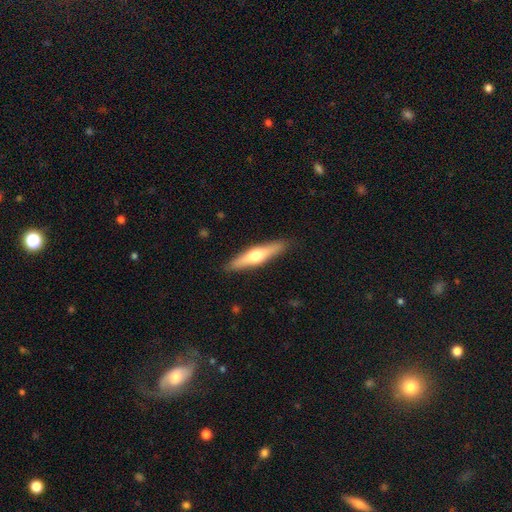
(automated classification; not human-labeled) Smooth or featured?
  - featured or disk: 50% *
  - smooth: 45%
  - star or artifact: 5%
Edge-on disk?
  - yes: 93% *
  - no: 7%
Merging?
  - none: 89% *
  - minor disturbance: 8%
  - major disturbance: 2%
  - merger: 1%